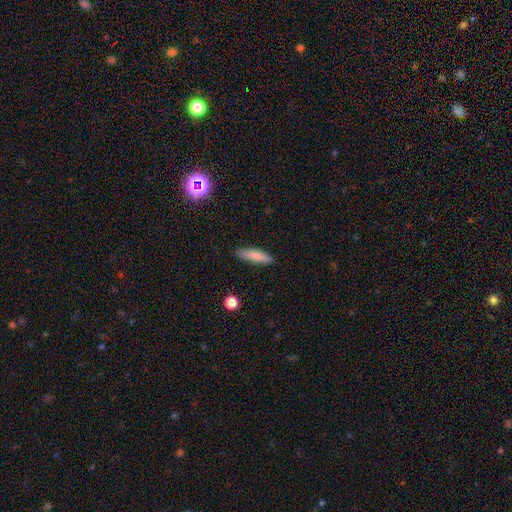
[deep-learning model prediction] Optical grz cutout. It shows a smooth galaxy with no disk features (80%) that is cigar-shaped (66%). Merging: none (87%).